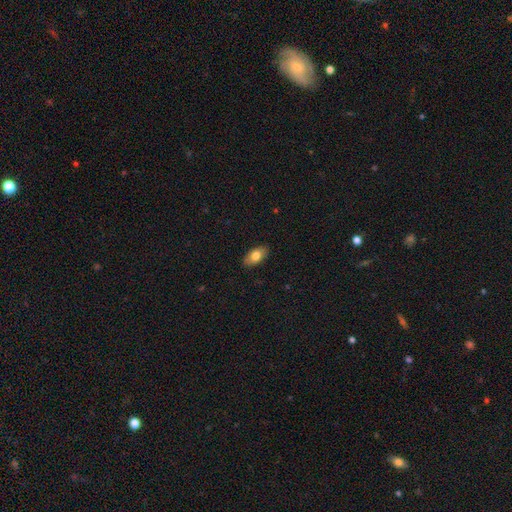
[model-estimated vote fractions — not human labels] This is likely a smooth galaxy (77%). How rounded: clearly in between (92%). Merging: clearly none (88%).